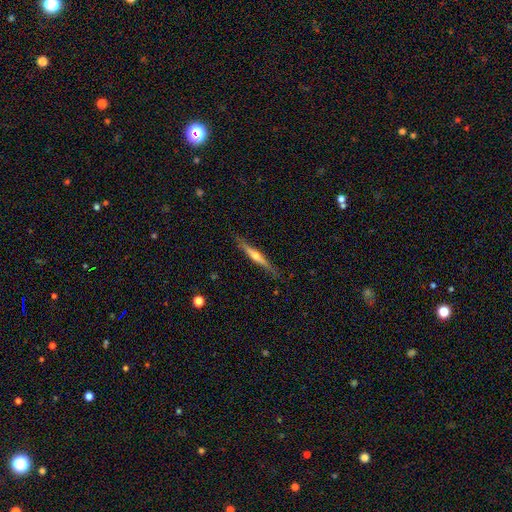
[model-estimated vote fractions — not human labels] Morphology: type=featured or disk (67%); edge-on=yes (97%); edge-on bulge=rounded (85%); merging=none (84%).